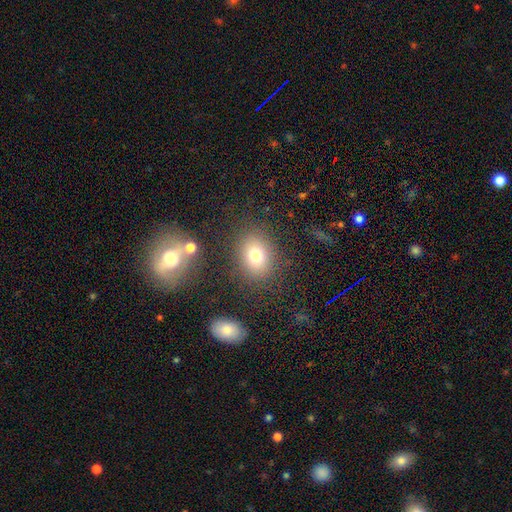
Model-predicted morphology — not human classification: Overall: smooth (74%). How rounded: in between (50%; round 49%). Merging: none (82%).